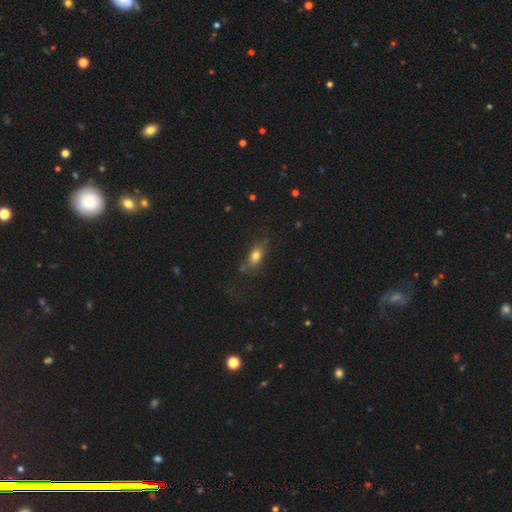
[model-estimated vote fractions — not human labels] This appears to be a smooth galaxy with no disk features (74%) that is in between round and cigar-shaped (77%). Merging: none (62%).